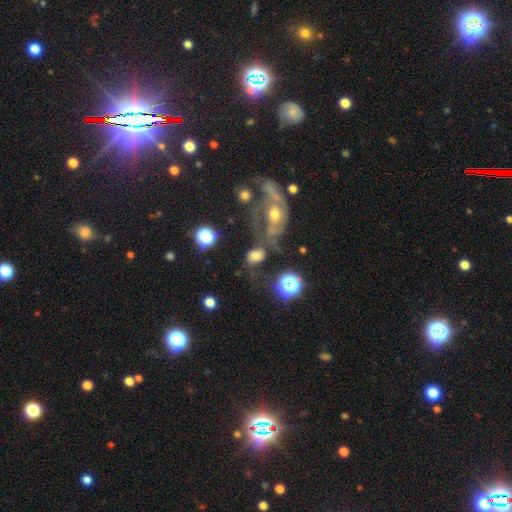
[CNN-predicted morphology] A smooth galaxy with no disk features (55%) that is in between round and cigar-shaped (73%). Merging: none (33%).